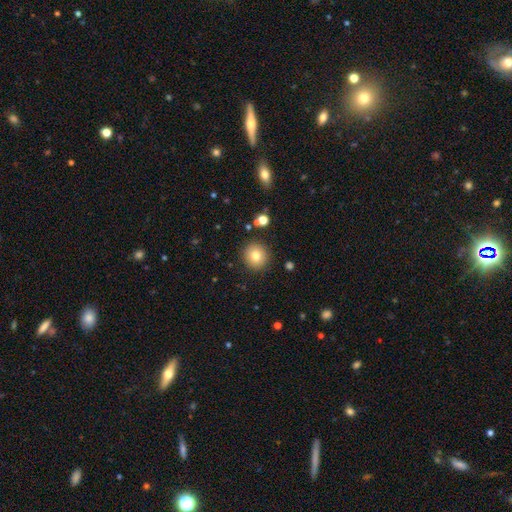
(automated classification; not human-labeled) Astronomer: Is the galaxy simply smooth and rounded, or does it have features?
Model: smooth — 79%.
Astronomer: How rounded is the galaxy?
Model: round — 92%.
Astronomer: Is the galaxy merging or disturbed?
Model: none — 89%.